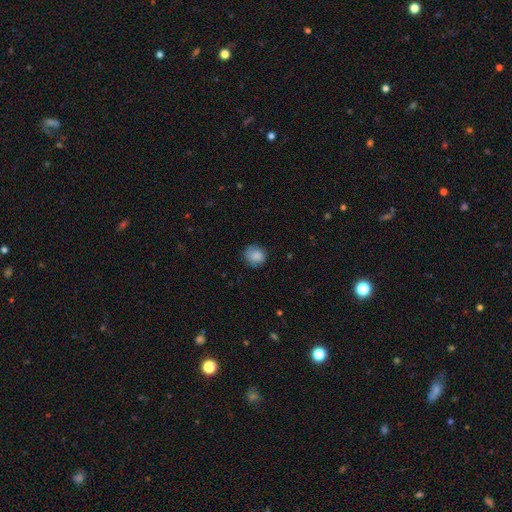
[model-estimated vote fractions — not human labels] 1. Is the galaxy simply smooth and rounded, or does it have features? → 84% smooth, 8% featured or disk, 8% star or artifact.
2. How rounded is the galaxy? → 79% round, 20% in between, 1% cigar-shaped.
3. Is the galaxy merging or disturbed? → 76% none, 18% minor disturbance, 5% major disturbance, 1% merger.